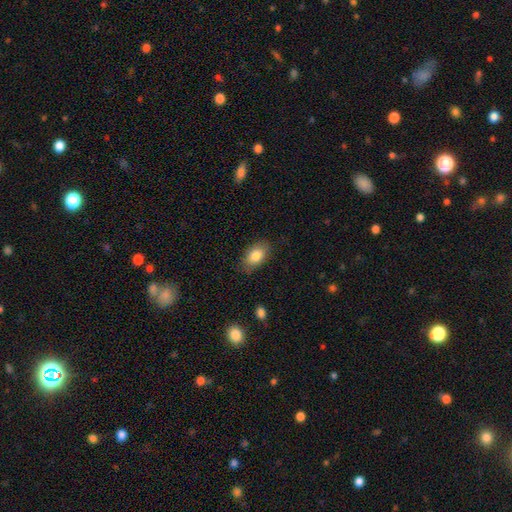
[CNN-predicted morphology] smooth-or-featured: smooth: 83% | featured or disk: 9% | star or artifact: 7%
  how-rounded: in between: 90% | round: 8% | cigar-shaped: 2%
  merging: none: 83% | minor disturbance: 13% | major disturbance: 3% | merger: 1%